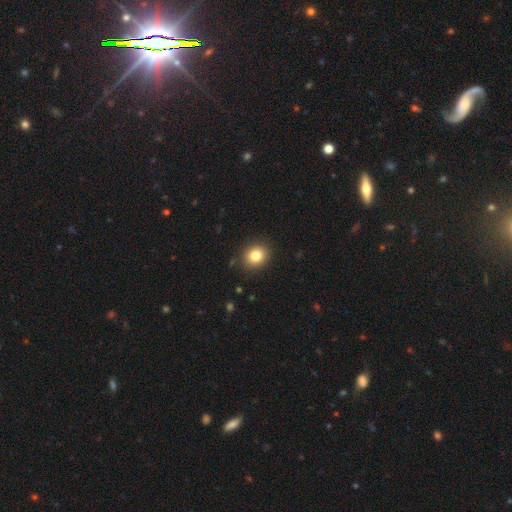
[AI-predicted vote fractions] Morphology: type=smooth (82%); roundness=round (63%); merging=none (88%).